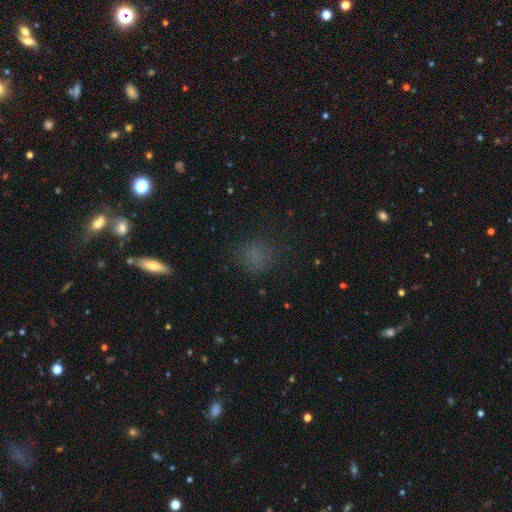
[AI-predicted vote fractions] This is likely a smooth galaxy (69%). How rounded: likely round (73%). Merging: likely none (75%).